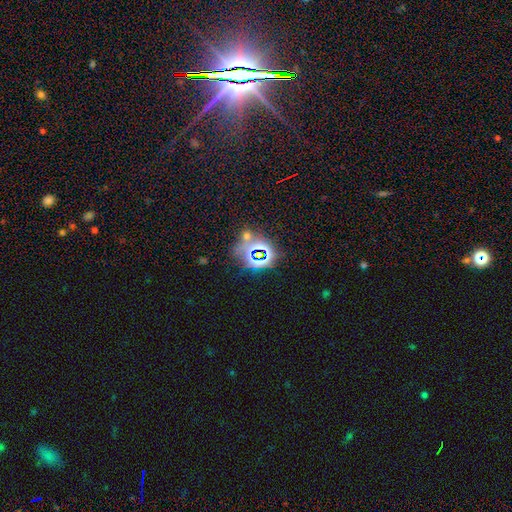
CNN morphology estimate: type=star or artifact (71%).